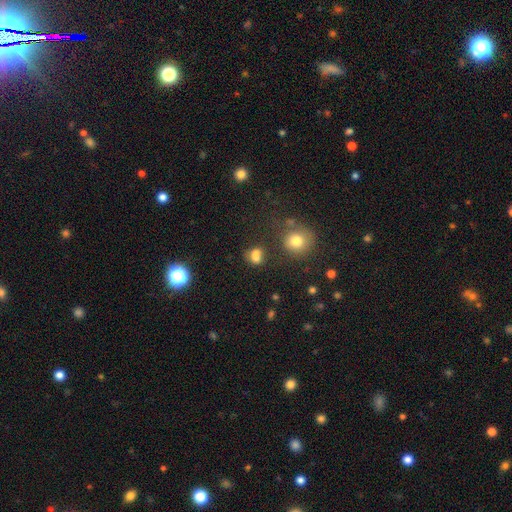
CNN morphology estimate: Overall: smooth (73%). How rounded: in between (51%; round 48%). Merging: none (47%; merger 29%).